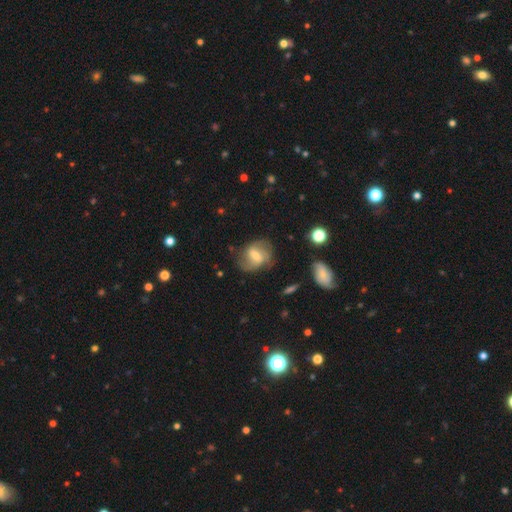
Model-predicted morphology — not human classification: featured or disk 60%, smooth 32%, star or artifact 8%. Down the decision tree: edge-on disk — no (96%); bar — weak (52%); spiral arms — yes (82%); bulge size — moderate (46%); merging — none (63%).